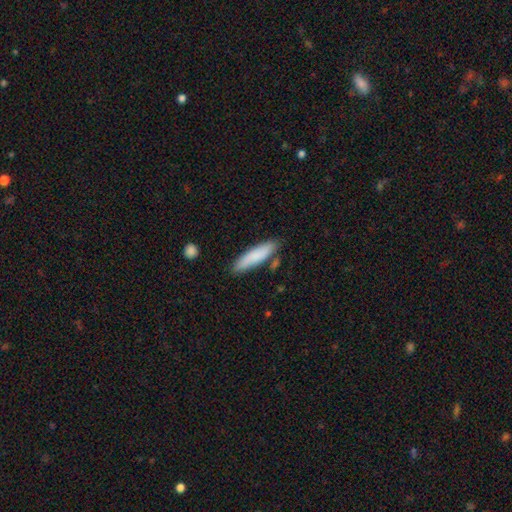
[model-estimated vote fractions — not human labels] Smooth or featured?
  - smooth: 82% *
  - featured or disk: 12%
  - star or artifact: 6%
How rounded?
  - cigar-shaped: 72% *
  - in between: 27%
  - round: 1%
Merging?
  - none: 79% *
  - minor disturbance: 14%
  - merger: 5%
  - major disturbance: 3%